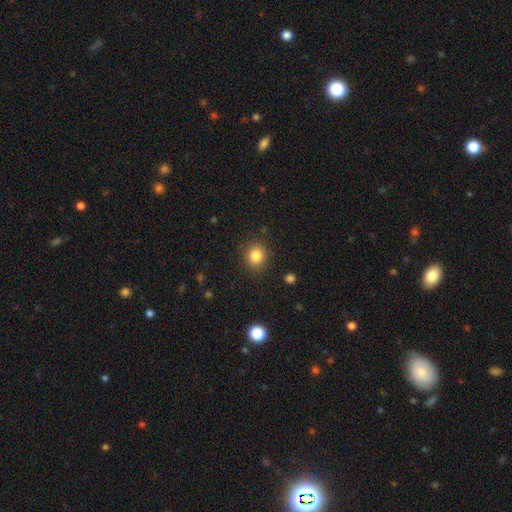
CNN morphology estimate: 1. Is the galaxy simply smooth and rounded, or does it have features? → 83% smooth, 11% star or artifact, 6% featured or disk.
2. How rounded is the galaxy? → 79% round, 20% in between, 1% cigar-shaped.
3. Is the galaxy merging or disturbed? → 87% none, 9% minor disturbance, 3% major disturbance, 1% merger.